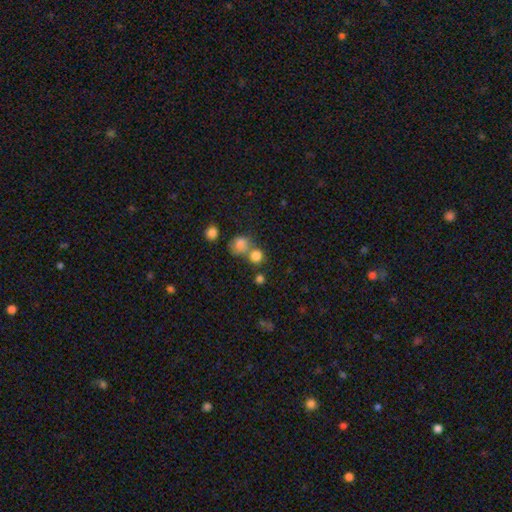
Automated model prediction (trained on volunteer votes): smooth_or_featured: smooth (p=0.81) [alt: star or artifact p=0.12]
how_rounded: round (p=0.86) [alt: in between p=0.13]
merging: none (p=0.53) [alt: merger p=0.35]